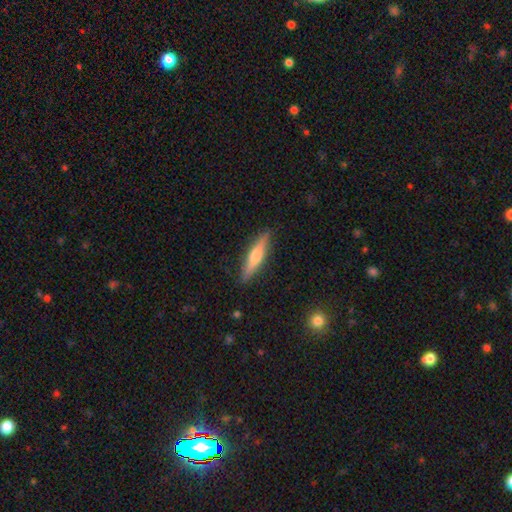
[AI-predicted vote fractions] A featured or disk galaxy (49%).

Vote fractions:
- Smooth or featured? featured or disk: 49% / smooth: 45% / star or artifact: 6%
- Merging? none: 90% / minor disturbance: 7% / major disturbance: 2% / merger: 1%